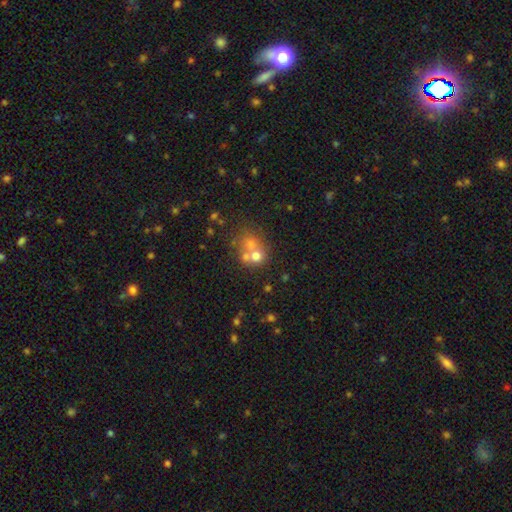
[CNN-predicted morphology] smooth 54%, featured or disk 25%, star or artifact 21%. Down the decision tree: how rounded — round (76%); merging — merger (53%).